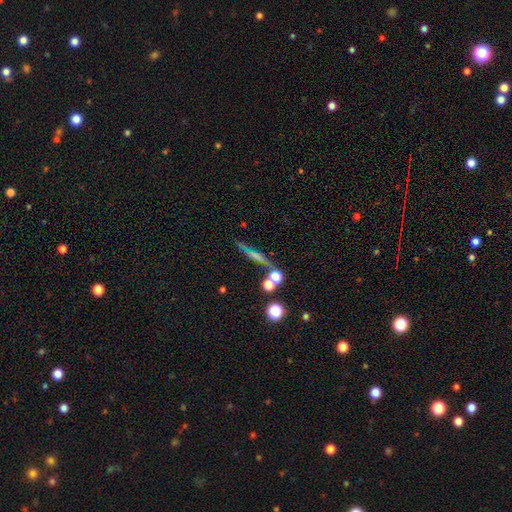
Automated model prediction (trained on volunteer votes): featured or disk 44%, smooth 38%, star or artifact 18%. Down the decision tree: merging — none (52%).